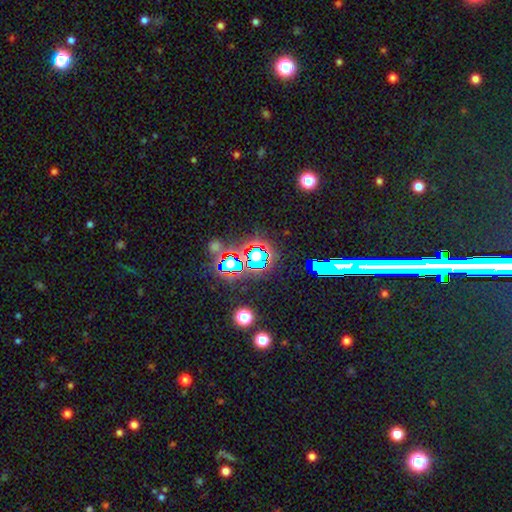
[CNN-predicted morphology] Q: Smooth or featured?
A: star or artifact (73%); runner-up: smooth (17%)